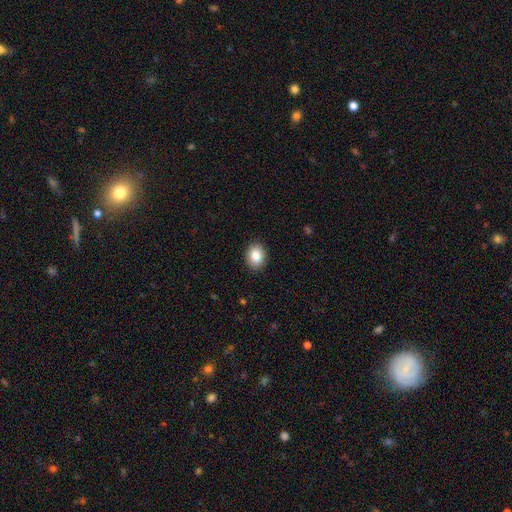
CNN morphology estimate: smooth 85%, star or artifact 9%, featured or disk 7%. Down the decision tree: how rounded — in between (55%); merging — none (90%).